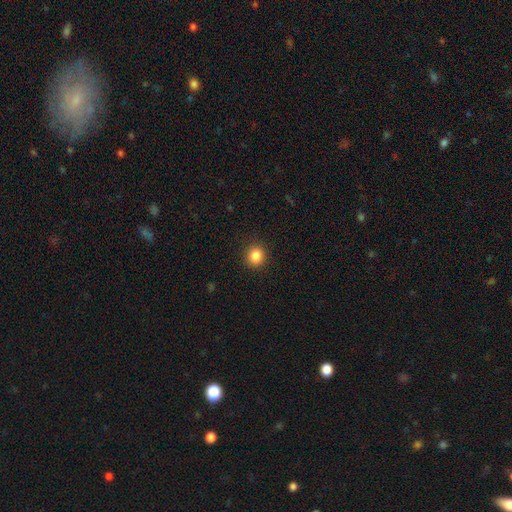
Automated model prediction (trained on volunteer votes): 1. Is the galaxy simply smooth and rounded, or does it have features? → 85% smooth, 11% star or artifact, 4% featured or disk.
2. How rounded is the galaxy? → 84% round, 15% in between, 1% cigar-shaped.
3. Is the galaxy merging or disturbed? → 91% none, 6% minor disturbance, 2% major disturbance, 1% merger.